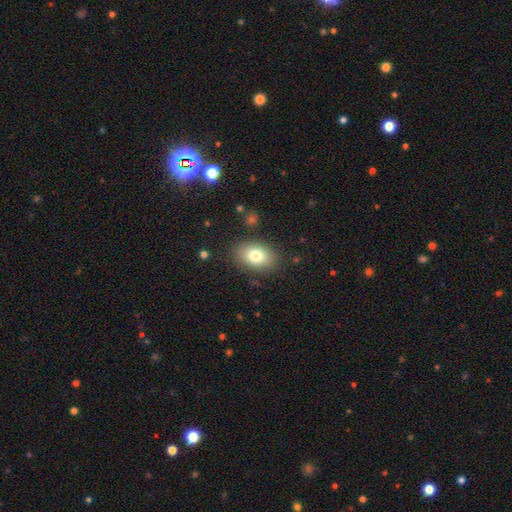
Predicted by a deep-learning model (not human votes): Overall: smooth (80%). How rounded: in between (84%). Merging: none (85%).